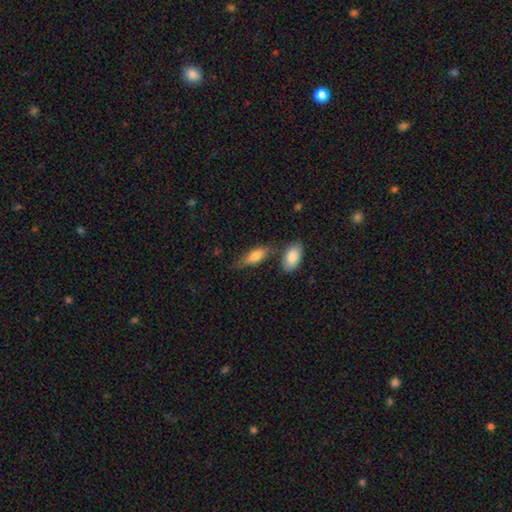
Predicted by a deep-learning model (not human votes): This is likely a smooth galaxy (78%). How rounded: likely in between (73%). Merging: possibly none (56%).